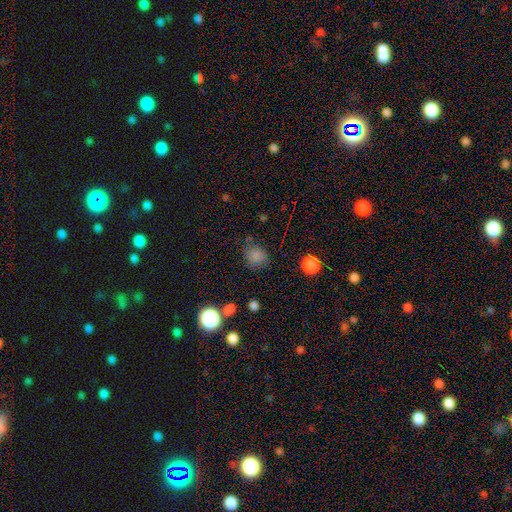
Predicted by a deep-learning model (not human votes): Smooth or featured?
  - smooth: 77% *
  - star or artifact: 17%
  - featured or disk: 6%
How rounded?
  - round: 76% *
  - in between: 23%
  - cigar-shaped: 1%
Merging?
  - none: 71% *
  - minor disturbance: 20%
  - major disturbance: 6%
  - merger: 3%